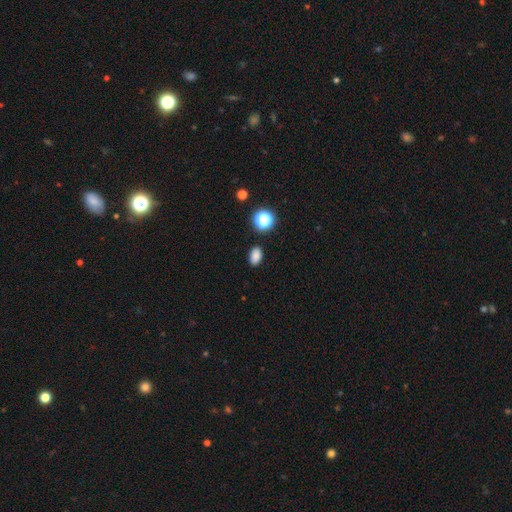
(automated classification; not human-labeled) Smooth or featured? Predicted: smooth (p=0.83). How rounded? Predicted: in between (p=0.83). Merging? Predicted: none (p=0.88).